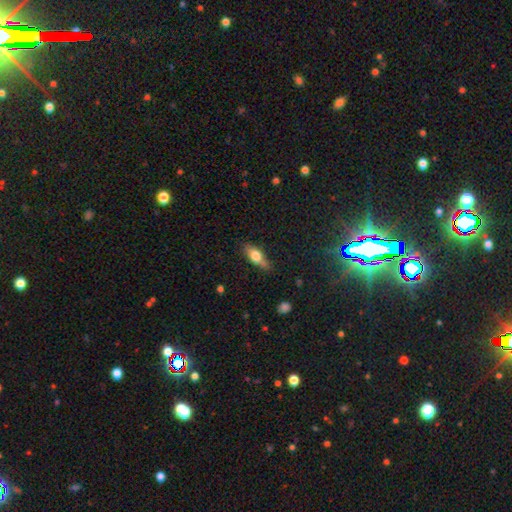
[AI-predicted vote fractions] Smooth or featured? Predicted: smooth (p=0.71). How rounded? Predicted: in between (p=0.74). Merging? Predicted: none (p=0.62).